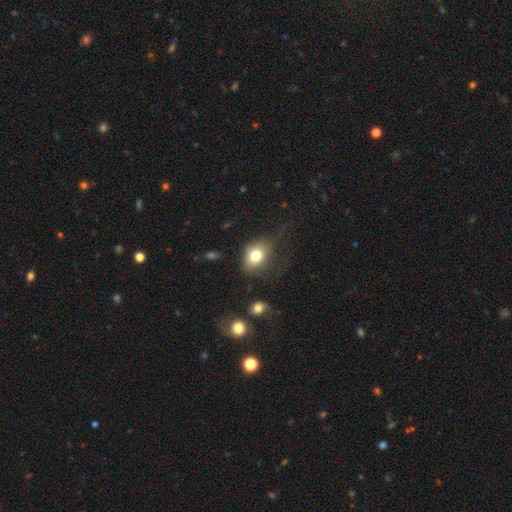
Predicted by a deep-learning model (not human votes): Smooth or featured? smooth (76%)
How rounded? in between (55%)
Merging? none (53%)